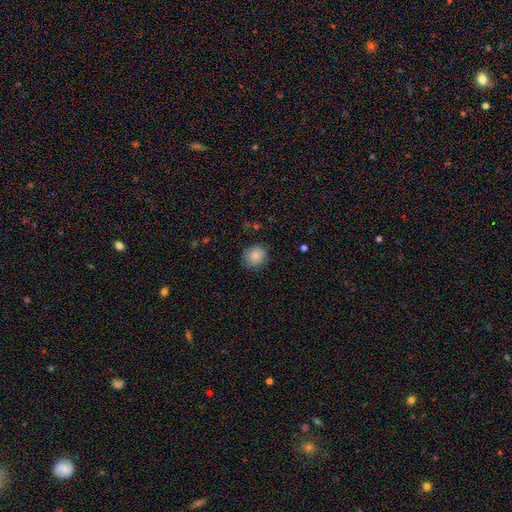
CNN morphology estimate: smooth-or-featured: smooth: 85% | star or artifact: 8% | featured or disk: 7%
  how-rounded: round: 72% | in between: 27% | cigar-shaped: 1%
  merging: none: 80% | minor disturbance: 16% | major disturbance: 4% | merger: 1%